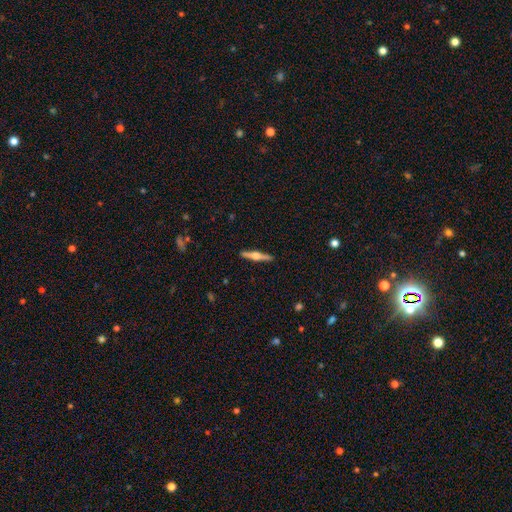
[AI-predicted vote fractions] Overall: featured or disk (67%). Edge-on disk: yes (98%). Edge-on bulge: rounded (87%). Merging: none (91%).